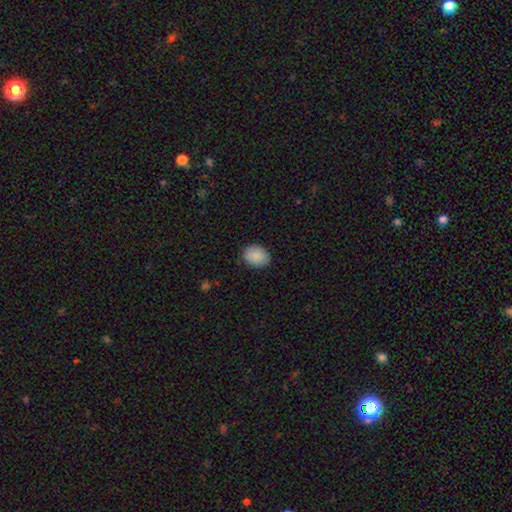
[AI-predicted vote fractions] Morphology: type=smooth (89%); roundness=in between (66%); merging=none (85%).